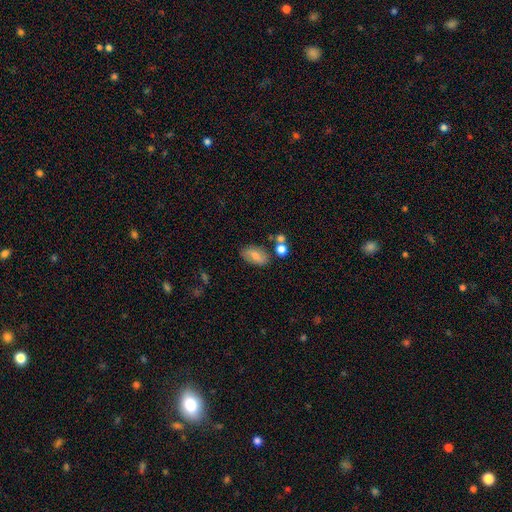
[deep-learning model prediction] smooth_or_featured: smooth (p=0.68) [alt: featured or disk p=0.23]
how_rounded: in between (p=0.90) [alt: round p=0.07]
merging: none (p=0.72) [alt: minor disturbance p=0.15]